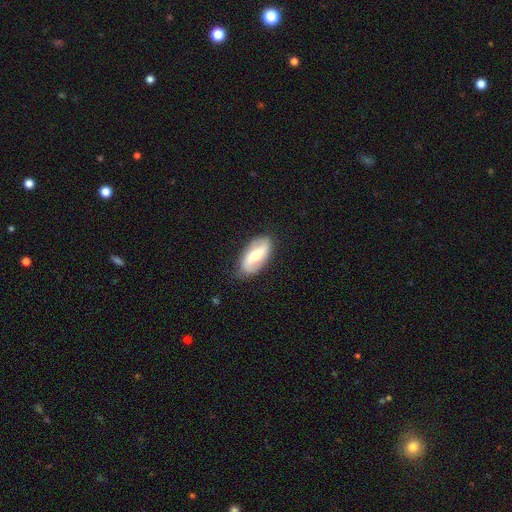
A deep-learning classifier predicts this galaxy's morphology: featured or disk 63%, smooth 31%, star or artifact 6%. Down the decision tree: edge-on disk — no (90%); bar — strong (43%); spiral arms — yes (80%); bulge size — moderate (62%); merging — none (84%).